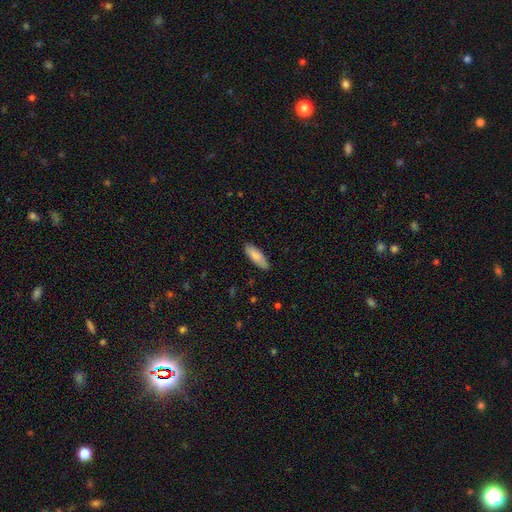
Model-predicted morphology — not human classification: A smooth galaxy with no disk features (85%) that is in between round and cigar-shaped (57%).

Vote fractions:
- Smooth or featured? smooth: 85% / featured or disk: 10% / star or artifact: 6%
- How rounded? in between: 57% / cigar-shaped: 41% / round: 2%
- Merging? none: 85% / minor disturbance: 11% / major disturbance: 2% / merger: 1%